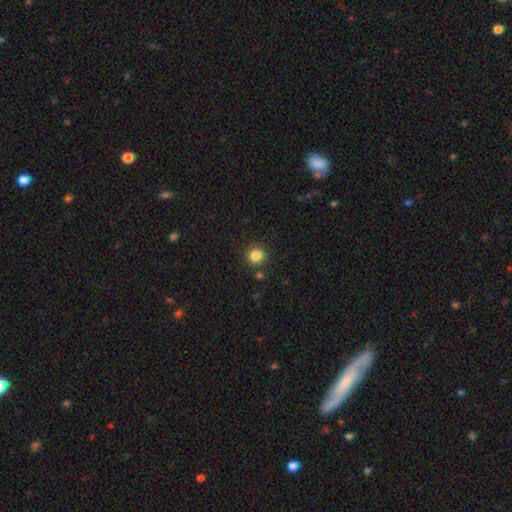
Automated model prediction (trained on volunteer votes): A smooth galaxy with no disk features (84%) that is round (95%). Merging: none (88%).